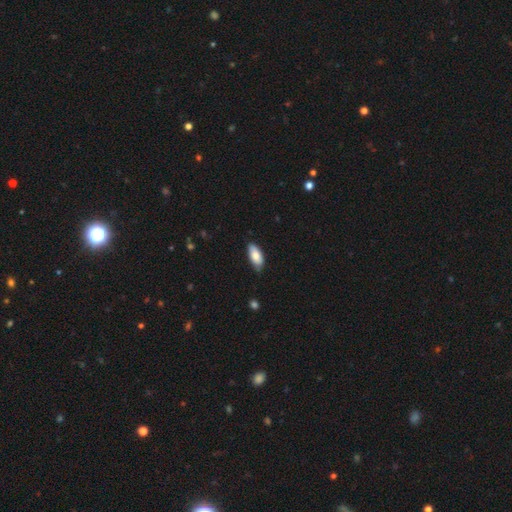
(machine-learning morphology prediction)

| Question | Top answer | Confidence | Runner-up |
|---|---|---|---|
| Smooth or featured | smooth | 82% | featured or disk (12%) |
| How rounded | in between | 89% | cigar-shaped (9%) |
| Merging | none | 78% | minor disturbance (18%) |